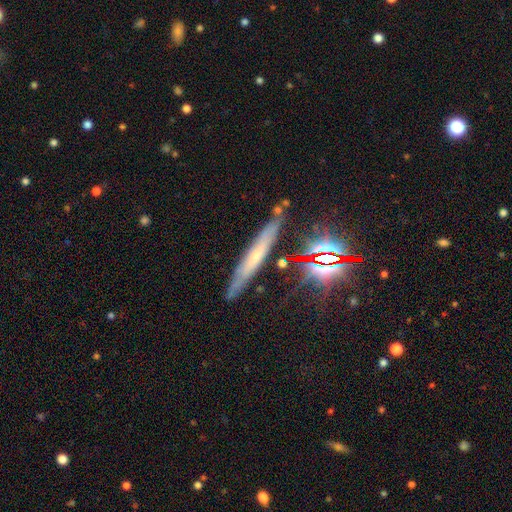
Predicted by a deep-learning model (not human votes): The model was most divided on "smooth or featured": featured or disk: 50%, smooth: 29%, star or artifact: 21%. More confident: edge-on disk — yes (80%); merging — none (80%).